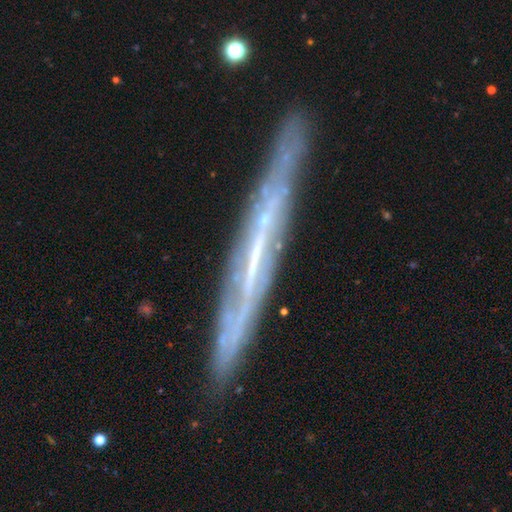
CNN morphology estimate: Smooth or featured? featured or disk (75%)
Edge-on disk? yes (81%)
Edge-on bulge? none (81%)
Merging? none (81%)